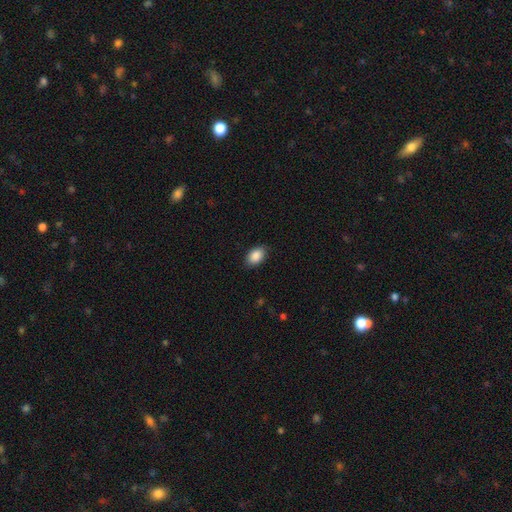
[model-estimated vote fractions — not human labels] A smooth galaxy with no disk features (89%) that is in between round and cigar-shaped (87%). Merging: none (87%).